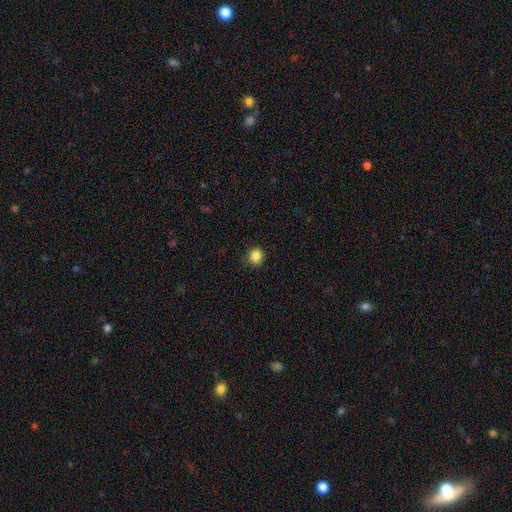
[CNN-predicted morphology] smooth-or-featured: smooth: 86% | star or artifact: 11% | featured or disk: 3%
  how-rounded: round: 85% | in between: 14% | cigar-shaped: 1%
  merging: none: 85% | minor disturbance: 11% | major disturbance: 3% | merger: 1%